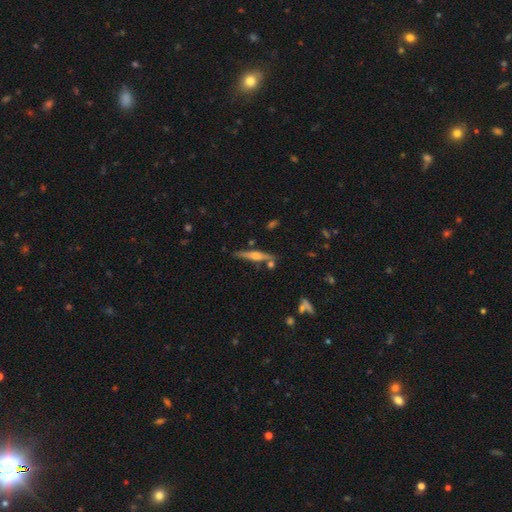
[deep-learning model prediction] Morphology: type=featured or disk (63%); edge-on=yes (96%); edge-on bulge=rounded (79%); merging=none (78%).